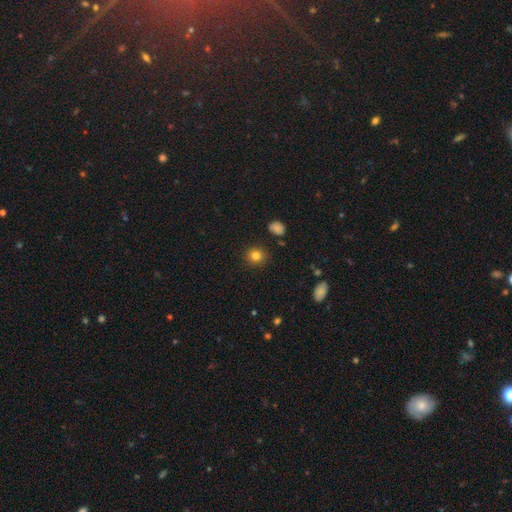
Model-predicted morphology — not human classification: Smooth or featured: smooth — 82% (star or artifact — 12%)
How rounded: round — 83% (in between — 16%)
Merging: none — 89% (minor disturbance — 7%)